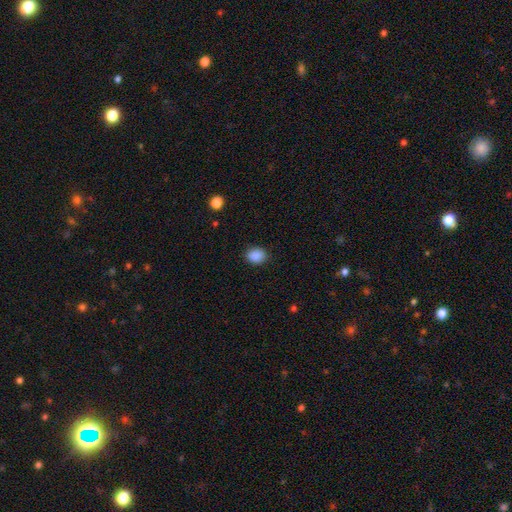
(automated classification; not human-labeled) smooth-or-featured: smooth: 88% | star or artifact: 9% | featured or disk: 3%
  how-rounded: round: 53% | in between: 46% | cigar-shaped: 1%
  merging: none: 87% | minor disturbance: 9% | major disturbance: 3% | merger: 1%